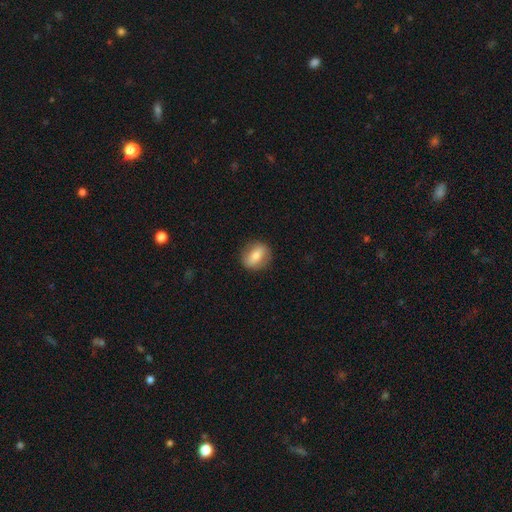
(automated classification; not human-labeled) Q: Smooth or featured?
A: smooth (63%); runner-up: featured or disk (30%)
Q: How rounded?
A: in between (49%); runner-up: round (48%)
Q: Merging?
A: none (85%); runner-up: minor disturbance (11%)